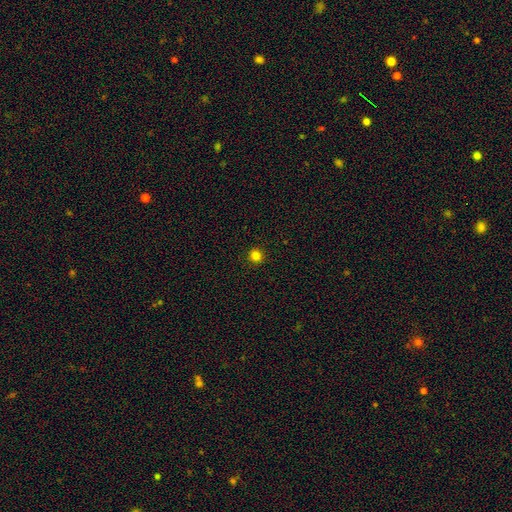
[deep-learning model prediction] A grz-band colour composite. It shows a smooth galaxy with no disk features (83%) that is round (93%). Merging: none (93%).